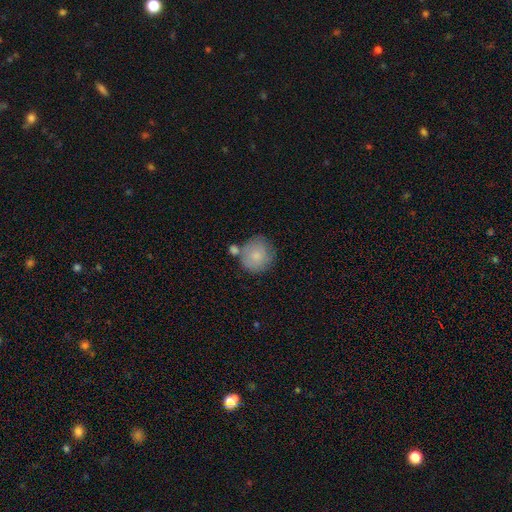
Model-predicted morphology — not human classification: smooth_or_featured: smooth (p=0.80) [alt: featured or disk p=0.13]
how_rounded: round (p=0.90) [alt: in between p=0.09]
merging: none (p=0.60) [alt: minor disturbance p=0.18]